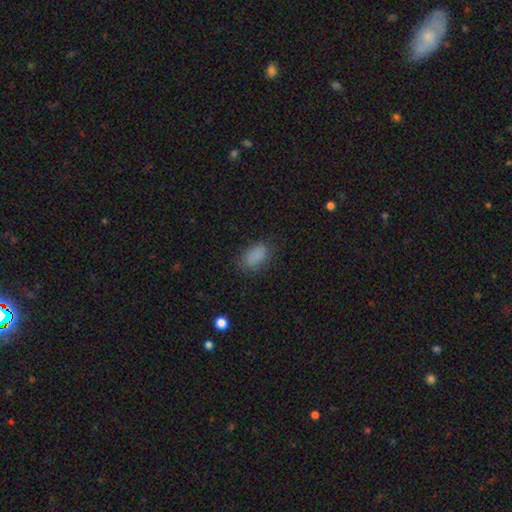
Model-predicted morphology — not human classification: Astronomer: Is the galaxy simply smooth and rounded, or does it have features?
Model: smooth — 86%.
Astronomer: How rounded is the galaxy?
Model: in between — 90%.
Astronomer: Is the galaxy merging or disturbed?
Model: none — 80%.